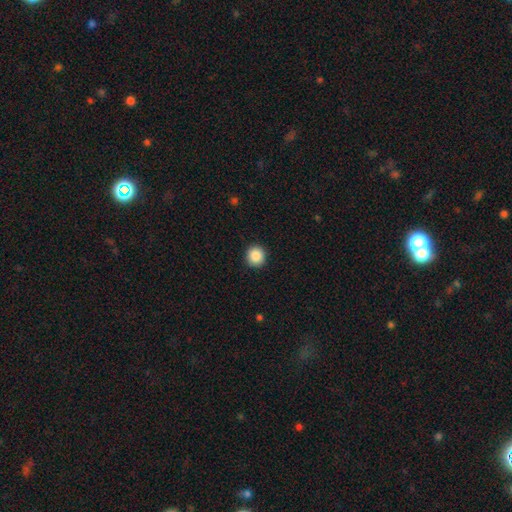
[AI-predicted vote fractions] This is clearly a smooth galaxy (88%). How rounded: clearly round (94%). Merging: clearly none (92%).